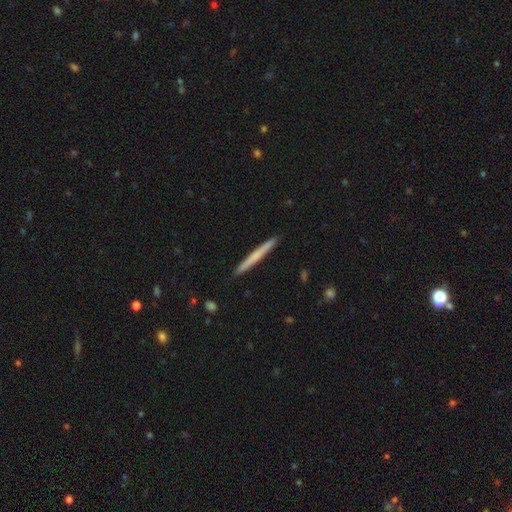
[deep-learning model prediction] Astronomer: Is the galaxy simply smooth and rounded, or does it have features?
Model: smooth — 59% (runner-up: featured or disk, 36%).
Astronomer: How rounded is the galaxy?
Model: cigar-shaped — 97%.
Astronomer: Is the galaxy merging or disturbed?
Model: none — 92%.